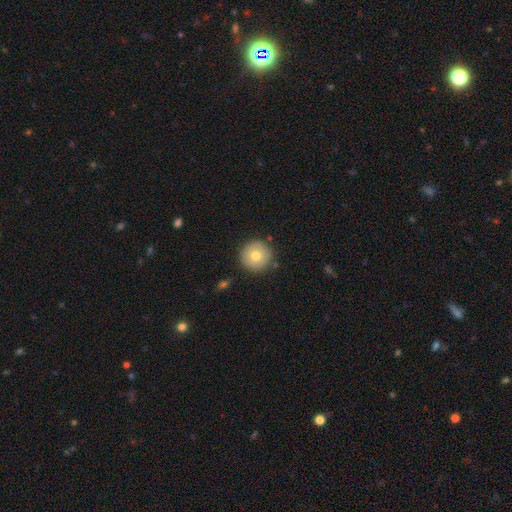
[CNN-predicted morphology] Smooth or featured?
  - smooth: 74% *
  - featured or disk: 16%
  - star or artifact: 9%
How rounded?
  - round: 96% *
  - in between: 3%
  - cigar-shaped: 1%
Merging?
  - none: 89% *
  - minor disturbance: 7%
  - major disturbance: 2%
  - merger: 2%